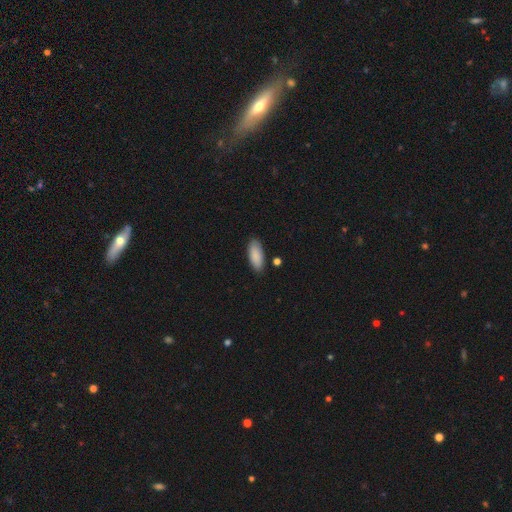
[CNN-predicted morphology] The model was most divided on "how rounded": in between: 83%, cigar-shaped: 15%, round: 2%. More confident: smooth or featured — smooth (89%); merging — none (84%).